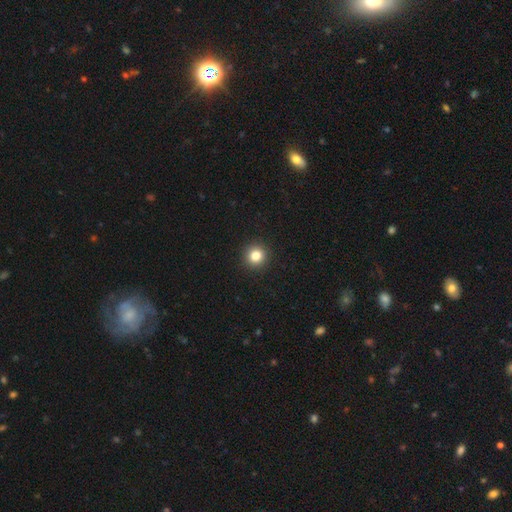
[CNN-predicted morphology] A smooth galaxy with no disk features (83%) that is round (93%). Merging: none (93%).